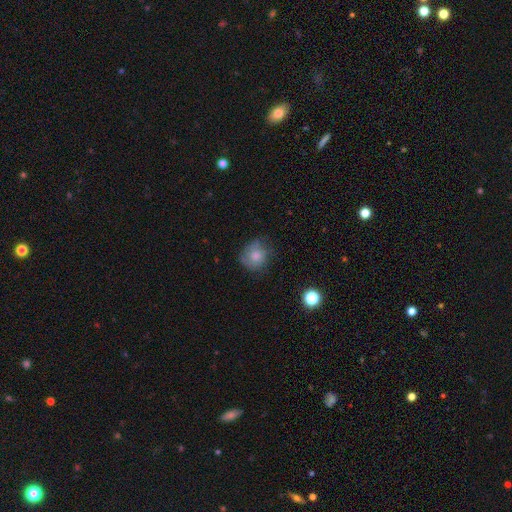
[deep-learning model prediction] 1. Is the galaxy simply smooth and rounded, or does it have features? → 72% smooth, 19% featured or disk, 10% star or artifact.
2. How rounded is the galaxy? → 83% round, 16% in between, 1% cigar-shaped.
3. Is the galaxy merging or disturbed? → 63% none, 25% minor disturbance, 10% major disturbance, 2% merger.